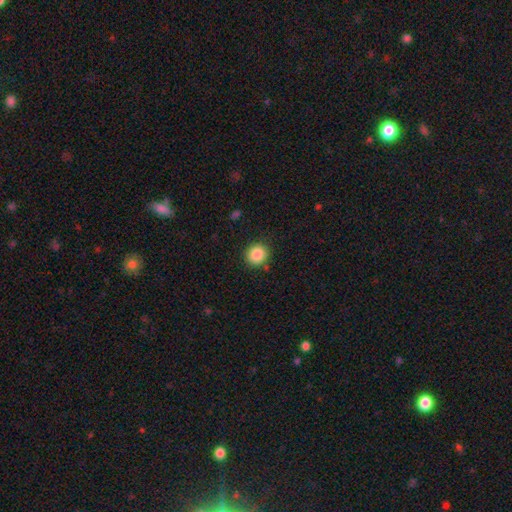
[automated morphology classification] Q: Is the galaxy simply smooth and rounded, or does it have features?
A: smooth — 87%.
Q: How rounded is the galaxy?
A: round — 88%.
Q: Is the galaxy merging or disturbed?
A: none — 86%.